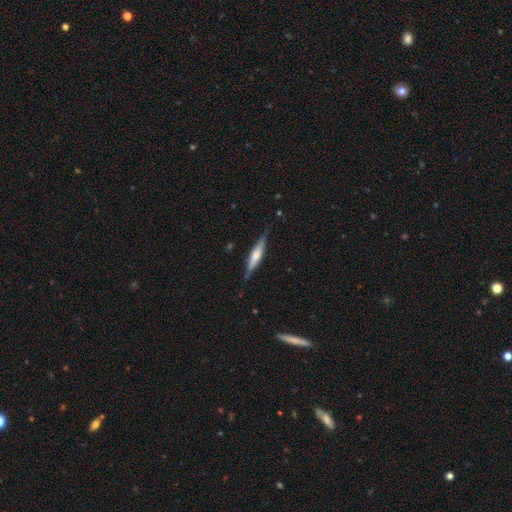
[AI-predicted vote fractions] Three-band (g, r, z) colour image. It shows a featured or disk galaxy (54%) viewed edge-on (94%) with a rounded central bulge (61%). Merging: none (82%).